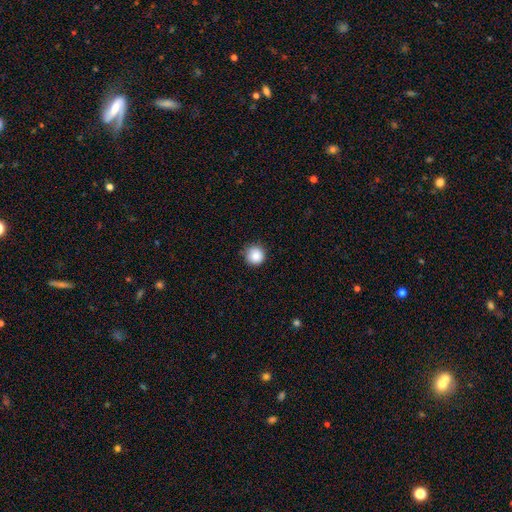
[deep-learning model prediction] smooth 87%, star or artifact 9%, featured or disk 3%. Down the decision tree: how rounded — round (96%); merging — none (84%).